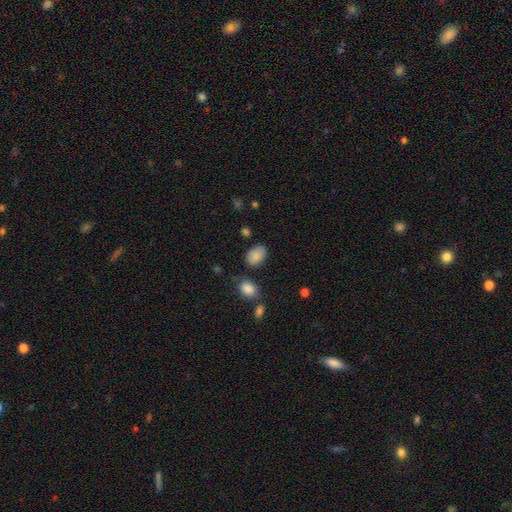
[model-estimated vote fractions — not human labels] Smooth or featured? smooth (86%)
How rounded? in between (83%)
Merging? none (73%)